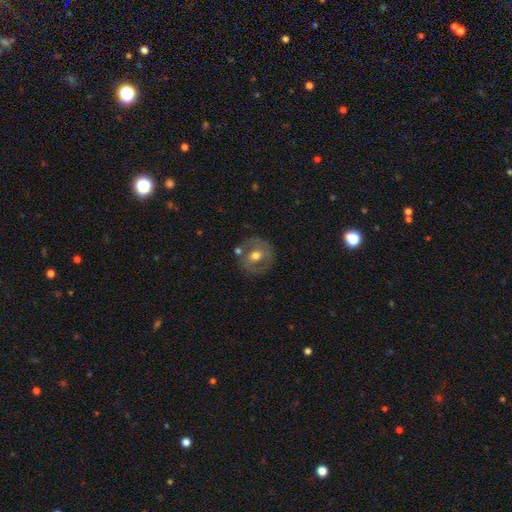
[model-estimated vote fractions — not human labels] Overall: featured or disk (48%; smooth 45%). Merging: none (75%).